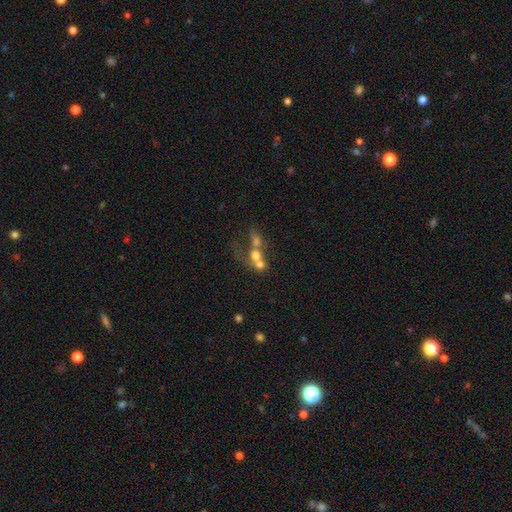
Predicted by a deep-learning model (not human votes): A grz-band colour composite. It shows a smooth galaxy with no disk features (58%) that is round (61%). Merging: merger (70%).